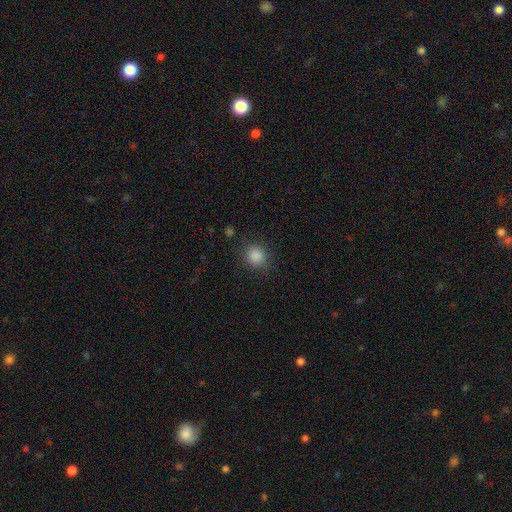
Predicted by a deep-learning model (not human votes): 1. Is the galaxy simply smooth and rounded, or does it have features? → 85% smooth, 11% star or artifact, 4% featured or disk.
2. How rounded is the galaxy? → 86% round, 14% in between, 1% cigar-shaped.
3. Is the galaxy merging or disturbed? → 86% none, 9% minor disturbance, 3% major disturbance, 1% merger.